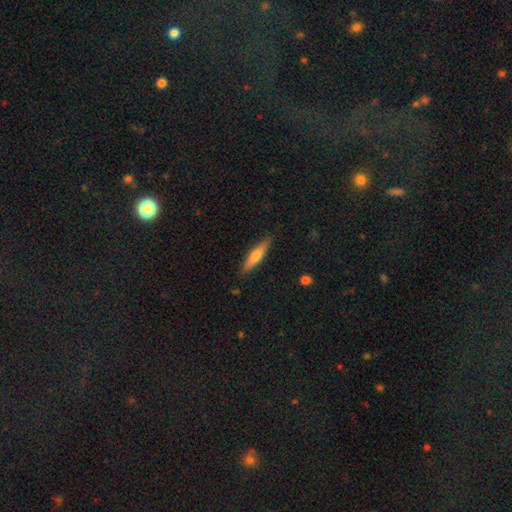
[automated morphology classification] A smooth galaxy with no disk features (57%) that is cigar-shaped (80%).

Vote fractions:
- Smooth or featured? smooth: 57% / featured or disk: 37% / star or artifact: 6%
- How rounded? cigar-shaped: 80% / in between: 18% / round: 2%
- Merging? none: 86% / minor disturbance: 10% / major disturbance: 2% / merger: 1%